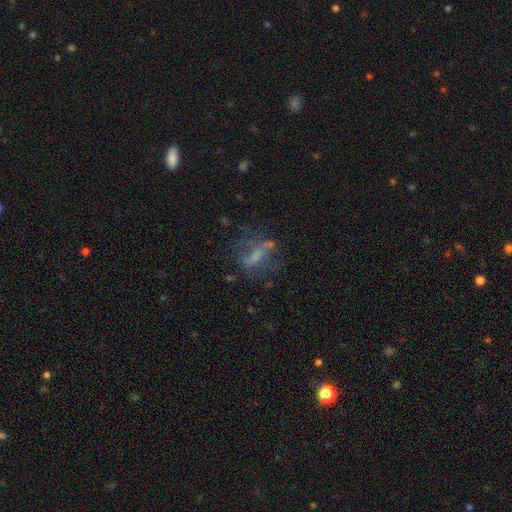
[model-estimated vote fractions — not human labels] A featured or disk galaxy (50%). Merging: none (46%).